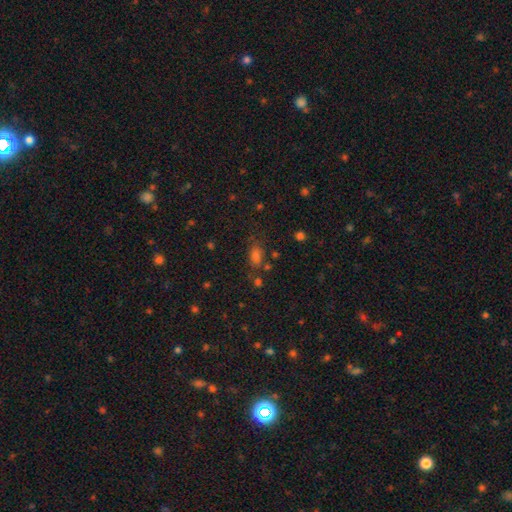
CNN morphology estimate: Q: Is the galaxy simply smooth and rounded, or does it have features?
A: smooth — 63%.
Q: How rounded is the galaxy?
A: in between — 77%.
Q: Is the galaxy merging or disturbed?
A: none — 67%.